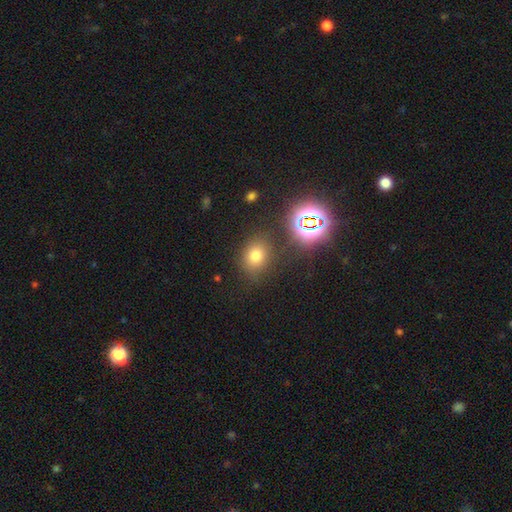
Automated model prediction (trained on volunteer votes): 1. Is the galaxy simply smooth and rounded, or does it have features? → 70% smooth, 22% star or artifact, 8% featured or disk.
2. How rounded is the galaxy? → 57% round, 42% in between, 1% cigar-shaped.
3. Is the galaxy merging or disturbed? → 80% none, 11% minor disturbance, 5% merger, 5% major disturbance.